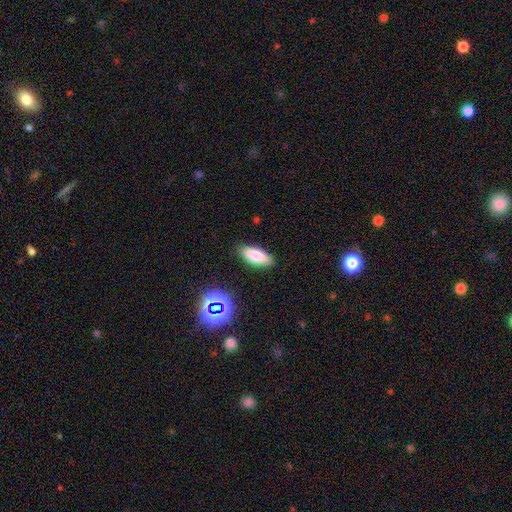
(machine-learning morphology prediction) Q: Smooth or featured?
A: smooth (82%); runner-up: star or artifact (9%)
Q: How rounded?
A: in between (79%); runner-up: cigar-shaped (18%)
Q: Merging?
A: none (86%); runner-up: minor disturbance (10%)